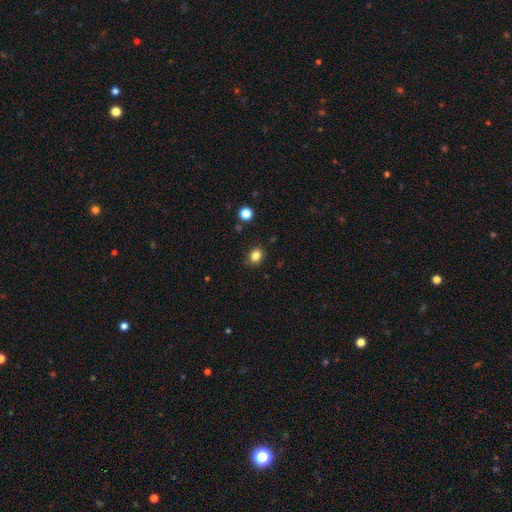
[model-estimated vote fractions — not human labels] Overall: smooth (84%). How rounded: round (64%; in between 35%). Merging: none (84%).